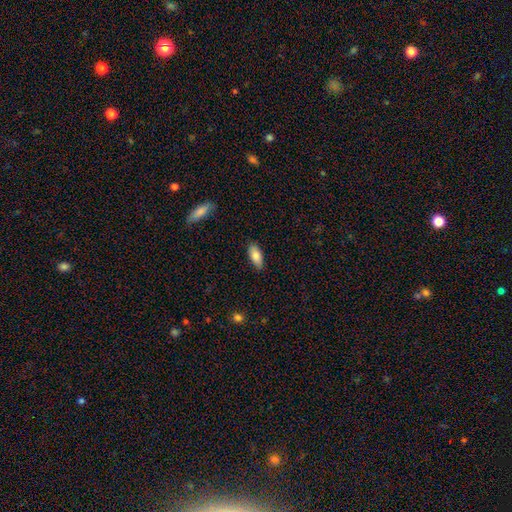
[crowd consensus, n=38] Smooth or featured: smooth — 84% (featured or disk — 11%)
How rounded: in between — 91% (cigar-shaped — 6%)
Merging: none — 69% (minor disturbance — 28%)